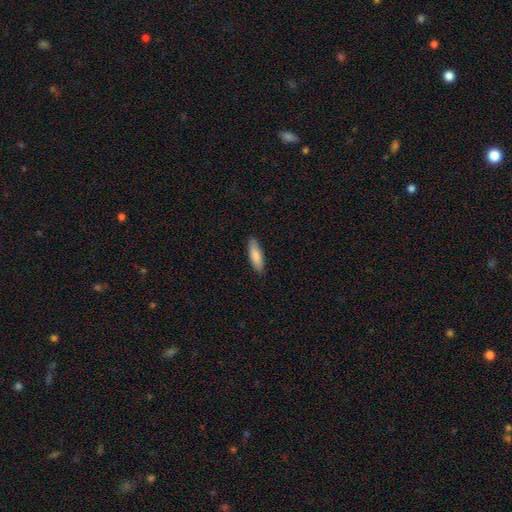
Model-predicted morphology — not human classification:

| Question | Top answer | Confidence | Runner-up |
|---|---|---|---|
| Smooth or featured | smooth | 87% | featured or disk (8%) |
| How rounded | in between | 50% | cigar-shaped (49%) |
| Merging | none | 87% | minor disturbance (10%) |